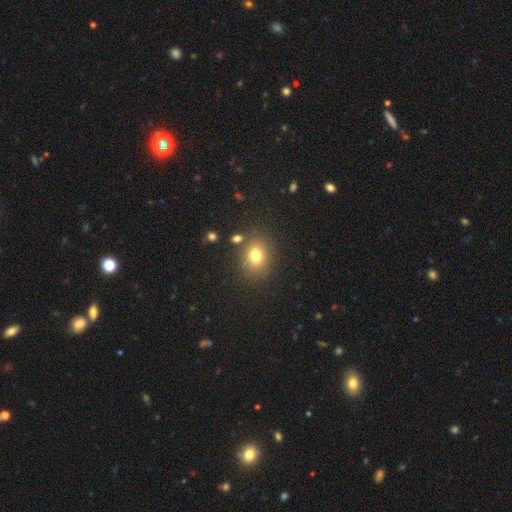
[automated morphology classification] This is likely a smooth galaxy (77%). How rounded: possibly in between (50%). Merging: clearly none (81%).